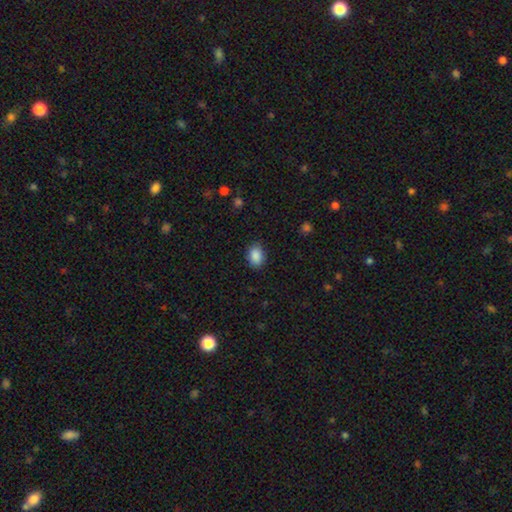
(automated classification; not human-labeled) smooth-or-featured: smooth: 89% | star or artifact: 8% | featured or disk: 3%
  how-rounded: in between: 76% | round: 23% | cigar-shaped: 1%
  merging: none: 85% | minor disturbance: 11% | major disturbance: 3% | merger: 1%